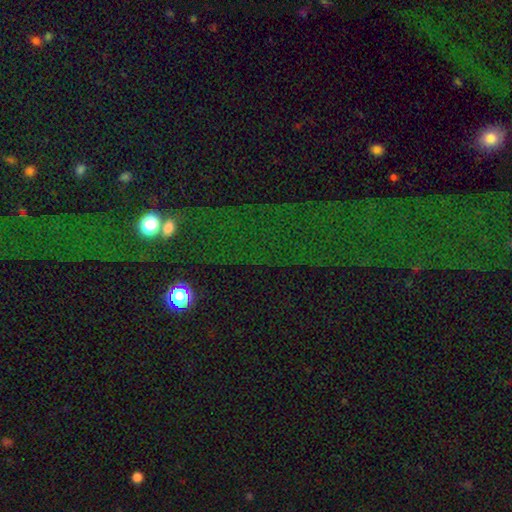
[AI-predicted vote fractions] Overall: star or artifact (78%).